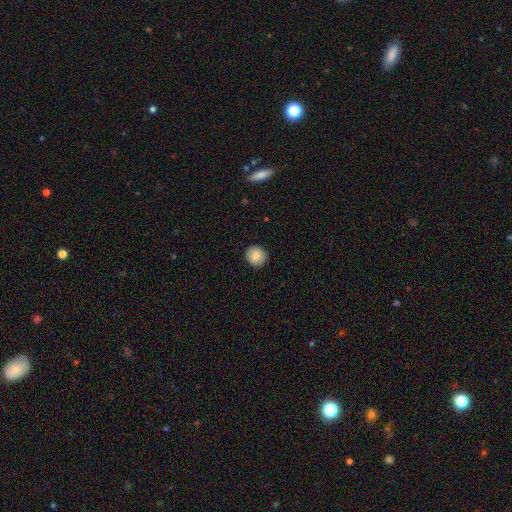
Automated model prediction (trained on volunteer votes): Morphology: type=smooth (84%); roundness=round (92%); merging=none (91%).